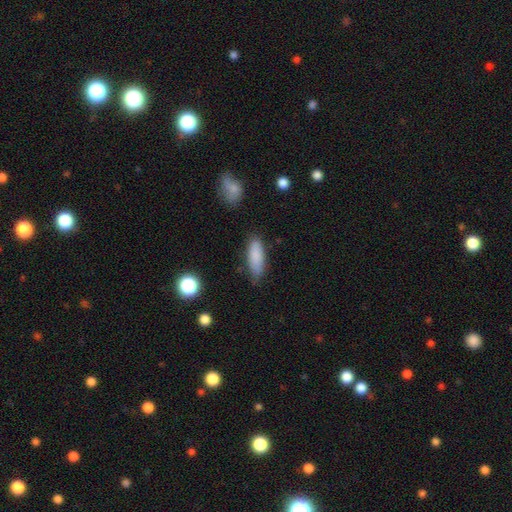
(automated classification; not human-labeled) Q: Smooth or featured?
A: smooth (85%); runner-up: featured or disk (8%)
Q: How rounded?
A: in between (60%); runner-up: cigar-shaped (38%)
Q: Merging?
A: none (73%); runner-up: minor disturbance (20%)